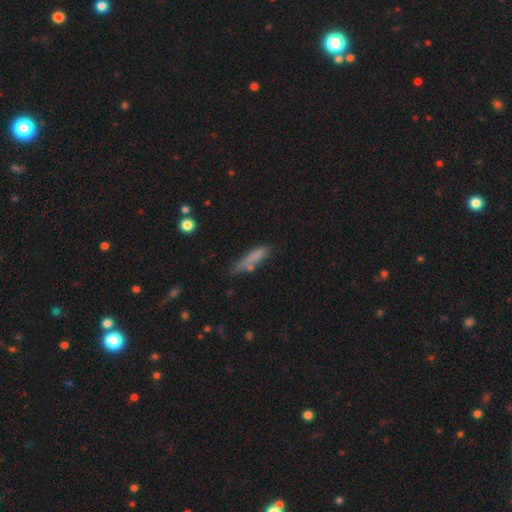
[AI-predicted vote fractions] This is likely a smooth galaxy (74%). How rounded: clearly cigar-shaped (81%). Merging: likely none (61%).